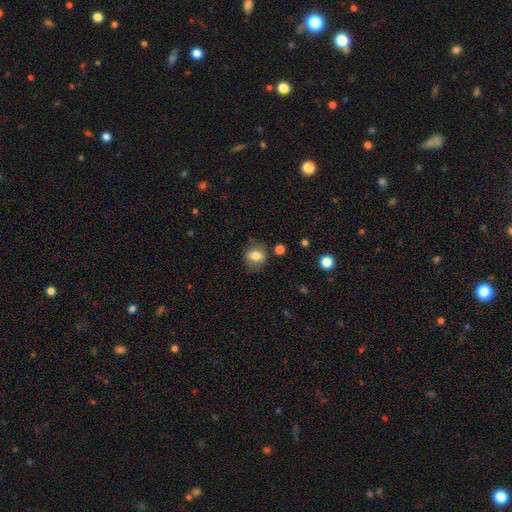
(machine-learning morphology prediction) Smooth or featured: smooth — 78% (featured or disk — 13%)
How rounded: round — 52% (in between — 46%)
Merging: none — 79% (minor disturbance — 14%)